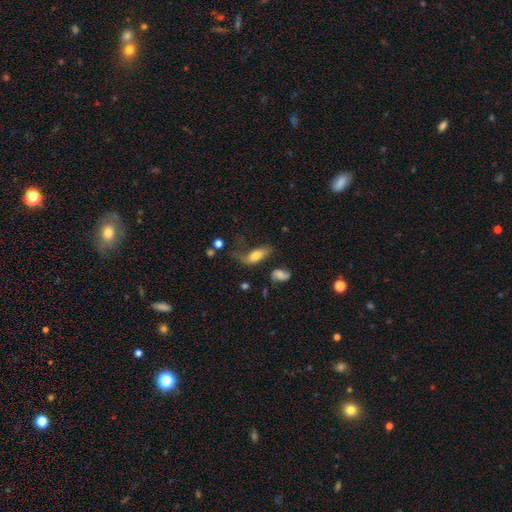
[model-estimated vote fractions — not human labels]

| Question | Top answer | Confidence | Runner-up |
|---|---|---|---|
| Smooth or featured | smooth | 61% | featured or disk (31%) |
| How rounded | in between | 81% | cigar-shaped (13%) |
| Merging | major disturbance | 38% | none (31%) |